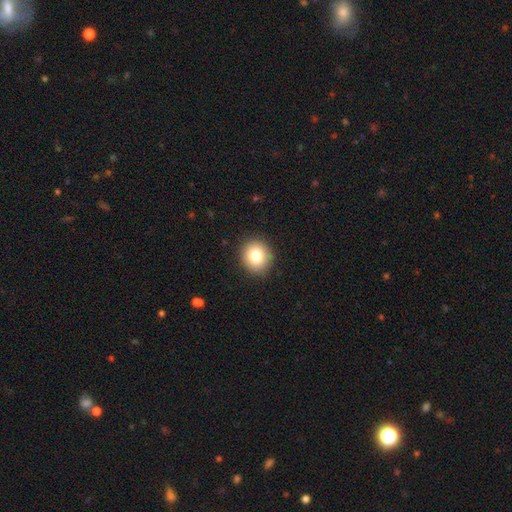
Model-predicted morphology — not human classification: smooth_or_featured: smooth (p=0.83) [alt: star or artifact p=0.09]
how_rounded: round (p=0.87) [alt: in between p=0.12]
merging: none (p=0.90) [alt: minor disturbance p=0.07]